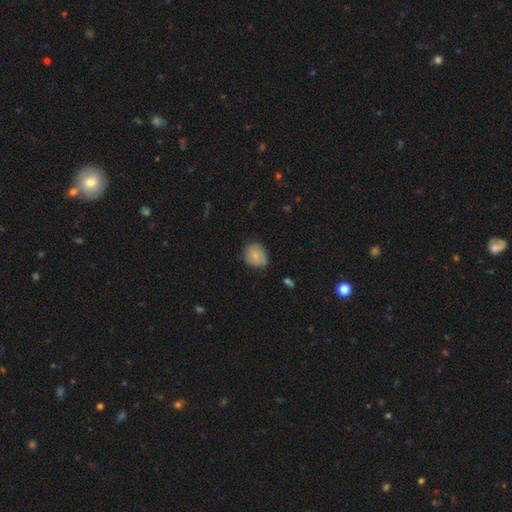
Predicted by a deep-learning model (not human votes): smooth_or_featured: smooth (p=0.69) [alt: featured or disk p=0.23]
how_rounded: round (p=0.65) [alt: in between p=0.34]
merging: none (p=0.60) [alt: minor disturbance p=0.31]